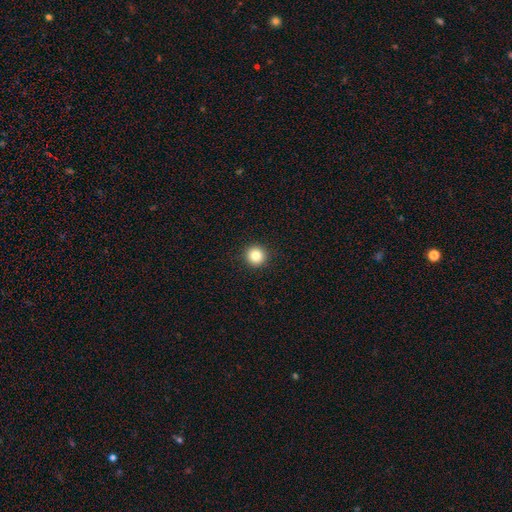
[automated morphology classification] This is clearly a smooth galaxy (84%). How rounded: clearly round (95%). Merging: clearly none (94%).